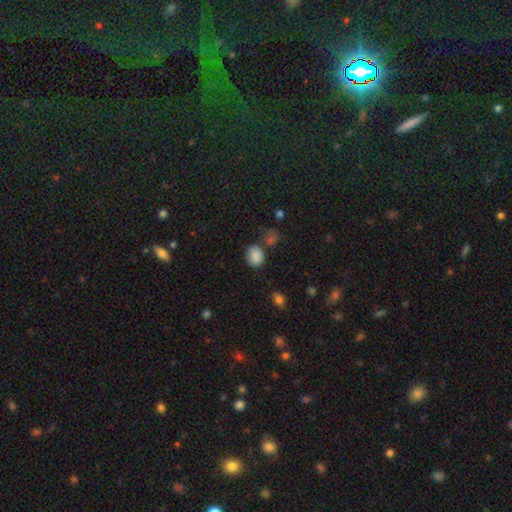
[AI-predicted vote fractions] This is clearly a smooth galaxy (85%). How rounded: possibly in between (53%). Merging: likely none (66%).